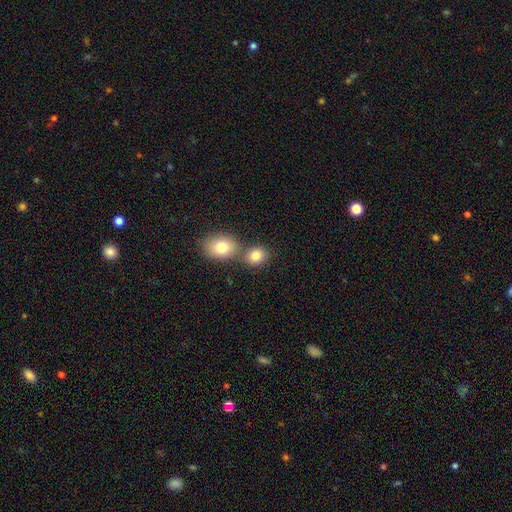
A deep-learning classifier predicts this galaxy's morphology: Smooth or featured? Predicted: smooth (p=0.82). How rounded? Predicted: round (p=0.61). Merging? Predicted: none (p=0.50).